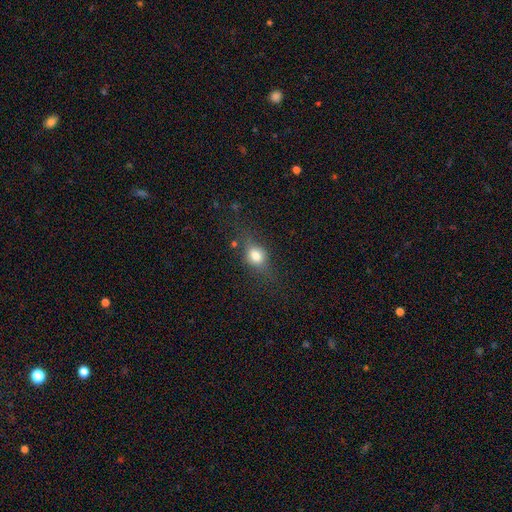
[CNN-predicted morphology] Smooth or featured: smooth — 72% (featured or disk — 17%)
How rounded: in between — 54% (round — 42%)
Merging: none — 64% (minor disturbance — 22%)